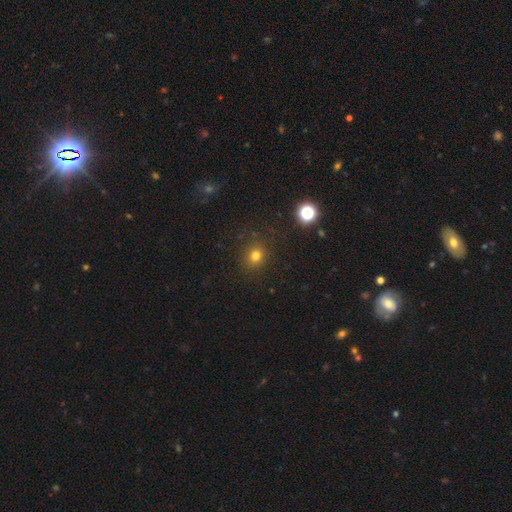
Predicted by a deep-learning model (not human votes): Morphology: type=smooth (76%); roundness=round (80%); merging=none (85%).